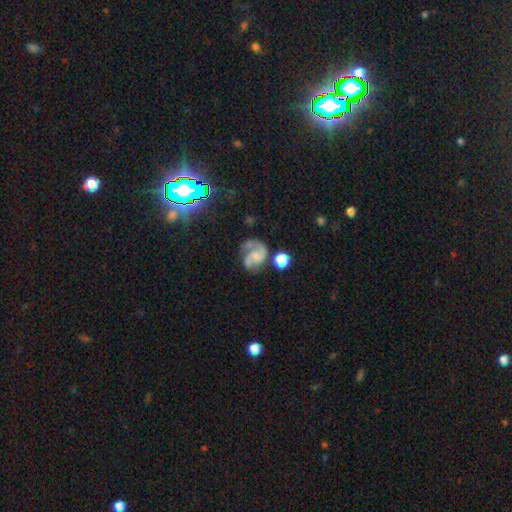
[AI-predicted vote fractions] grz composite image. It shows a featured or disk galaxy (79%) with no bar (57%), 2 (78%) medium (51%) spiral arms (95%) and no central bulge (38%). Merging: none (55%).